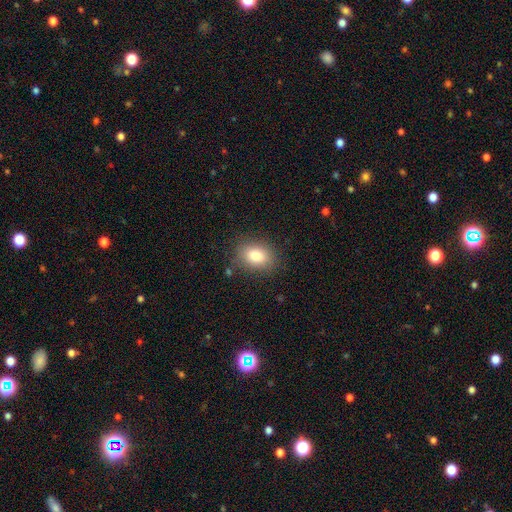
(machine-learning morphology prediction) Smooth or featured?
  - smooth: 82% *
  - star or artifact: 9%
  - featured or disk: 9%
How rounded?
  - in between: 74% *
  - round: 25%
  - cigar-shaped: 1%
Merging?
  - none: 83% *
  - minor disturbance: 12%
  - major disturbance: 4%
  - merger: 2%